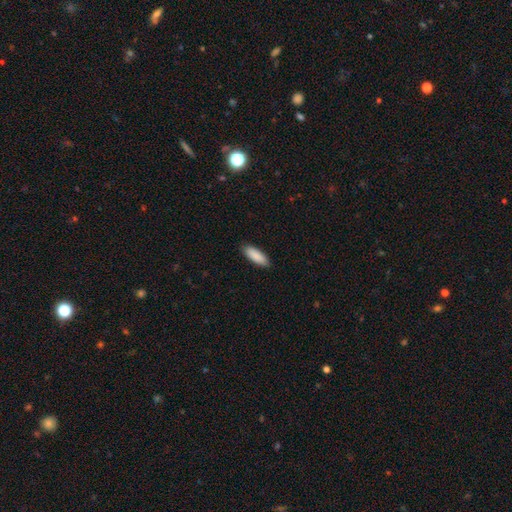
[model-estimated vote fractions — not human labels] A smooth galaxy with no disk features (90%) that is in between round and cigar-shaped (67%).

Vote fractions:
- Smooth or featured? smooth: 90% / star or artifact: 5% / featured or disk: 5%
- How rounded? in between: 67% / cigar-shaped: 32% / round: 2%
- Merging? none: 89% / minor disturbance: 8% / major disturbance: 2% / merger: 1%